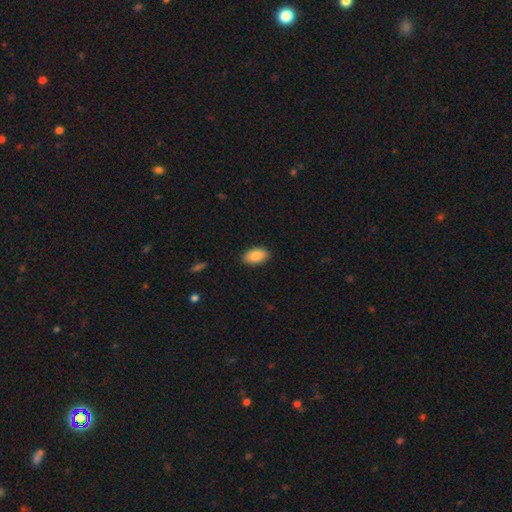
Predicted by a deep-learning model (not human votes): Smooth or featured?
  - smooth: 88% *
  - star or artifact: 6%
  - featured or disk: 6%
How rounded?
  - in between: 94% *
  - round: 4%
  - cigar-shaped: 2%
Merging?
  - none: 89% *
  - minor disturbance: 8%
  - major disturbance: 2%
  - merger: 1%